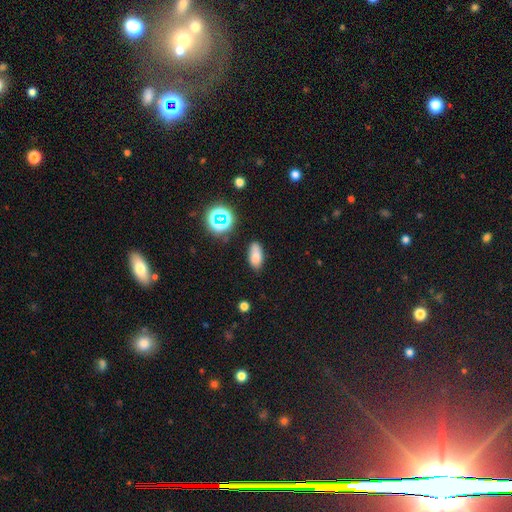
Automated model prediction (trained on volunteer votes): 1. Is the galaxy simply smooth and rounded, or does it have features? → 78% smooth, 14% star or artifact, 8% featured or disk.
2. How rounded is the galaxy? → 86% in between, 8% cigar-shaped, 5% round.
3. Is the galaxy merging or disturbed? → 74% none, 18% minor disturbance, 4% major disturbance, 4% merger.